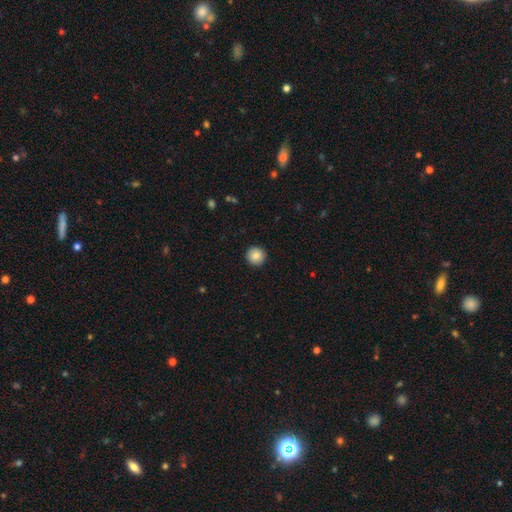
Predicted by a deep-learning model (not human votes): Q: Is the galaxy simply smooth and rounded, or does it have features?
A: smooth — 83%.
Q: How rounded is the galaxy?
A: round — 96%.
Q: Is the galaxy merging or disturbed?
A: none — 93%.